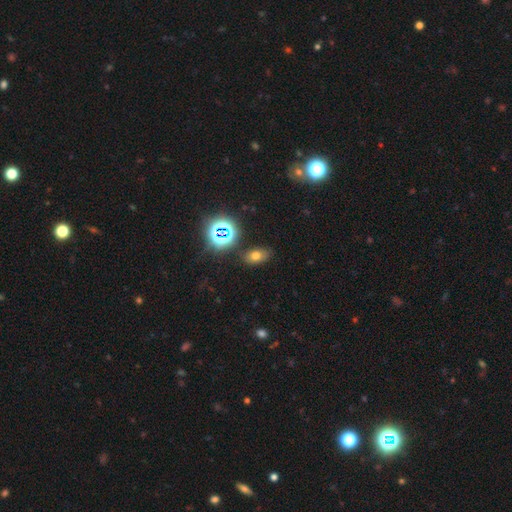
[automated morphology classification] This is likely a smooth galaxy (64%). How rounded: clearly in between (83%). Merging: clearly none (80%).